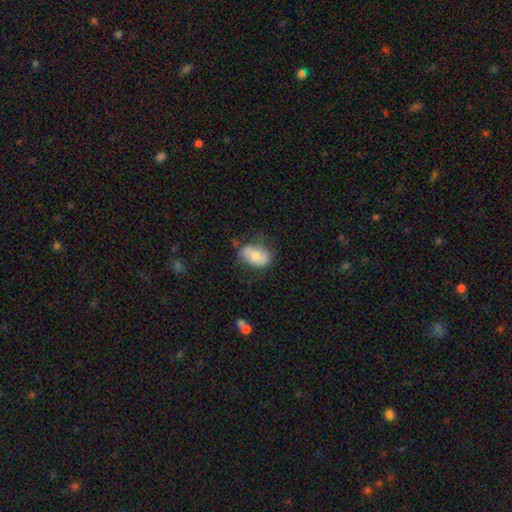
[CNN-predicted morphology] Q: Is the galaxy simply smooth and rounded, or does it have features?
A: smooth — 70%.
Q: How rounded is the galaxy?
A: in between — 87%.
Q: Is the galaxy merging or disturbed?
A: none — 63%.